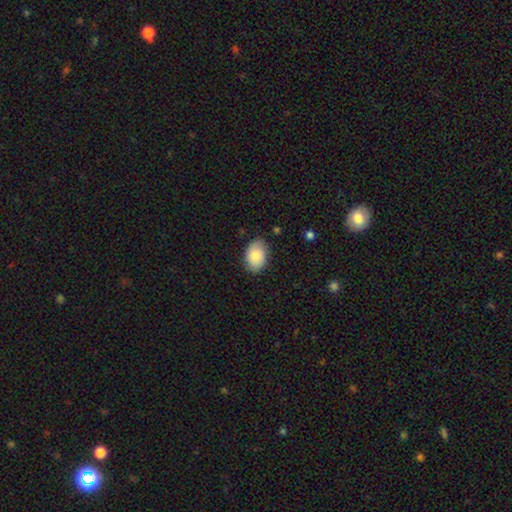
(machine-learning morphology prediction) The model was most divided on "merging": none: 82%, minor disturbance: 14%, major disturbance: 3%, merger: 1%. More confident: how rounded — in between (84%); smooth or featured — smooth (82%).